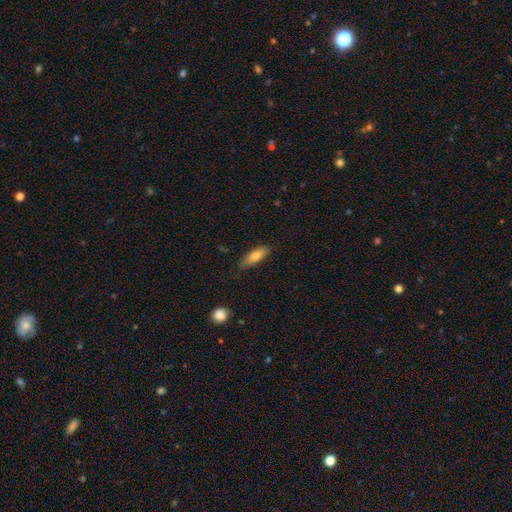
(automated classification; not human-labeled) Morphology: type=smooth (75%); roundness=in between (59%); merging=none (72%).